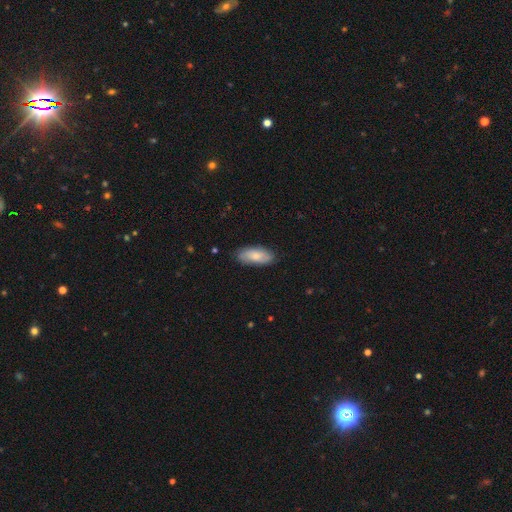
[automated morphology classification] A smooth galaxy with no disk features (75%) that is in between round and cigar-shaped (85%).

Vote fractions:
- Smooth or featured? smooth: 75% / featured or disk: 19% / star or artifact: 6%
- How rounded? in between: 85% / cigar-shaped: 13% / round: 2%
- Merging? none: 83% / minor disturbance: 14% / major disturbance: 2% / merger: 1%